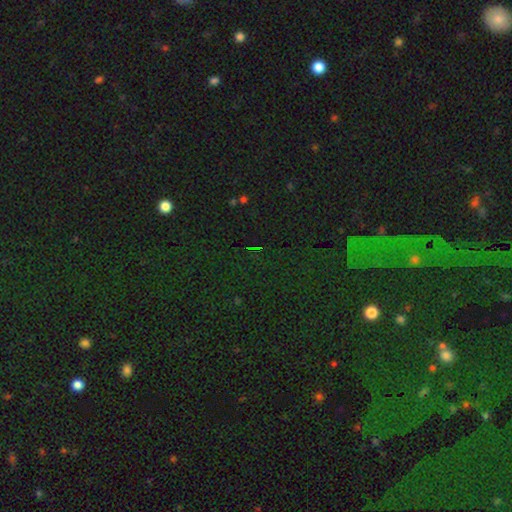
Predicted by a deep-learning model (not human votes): star or artifact 75%, smooth 14%, featured or disk 11%.